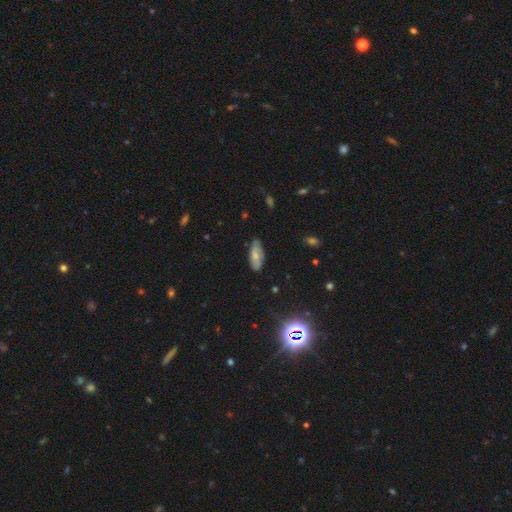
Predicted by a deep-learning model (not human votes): A smooth galaxy with no disk features (59%) that is in between round and cigar-shaped (80%).

Vote fractions:
- Smooth or featured? smooth: 59% / featured or disk: 32% / star or artifact: 9%
- How rounded? in between: 80% / cigar-shaped: 18% / round: 2%
- Merging? none: 70% / minor disturbance: 24% / major disturbance: 4% / merger: 2%